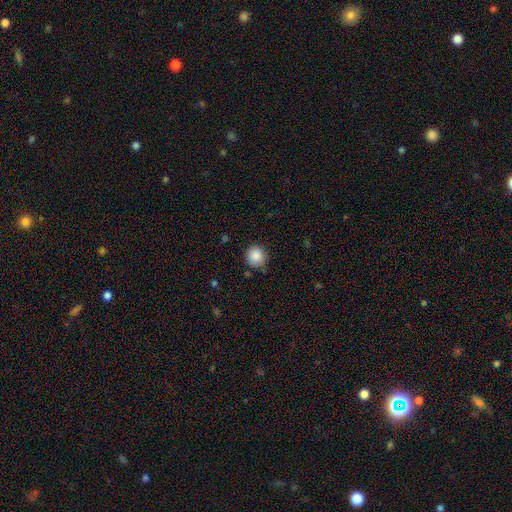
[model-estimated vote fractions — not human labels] Smooth or featured?
  - smooth: 87% *
  - star or artifact: 9%
  - featured or disk: 4%
How rounded?
  - round: 91% *
  - in between: 8%
  - cigar-shaped: 1%
Merging?
  - none: 84% *
  - minor disturbance: 12%
  - major disturbance: 3%
  - merger: 2%